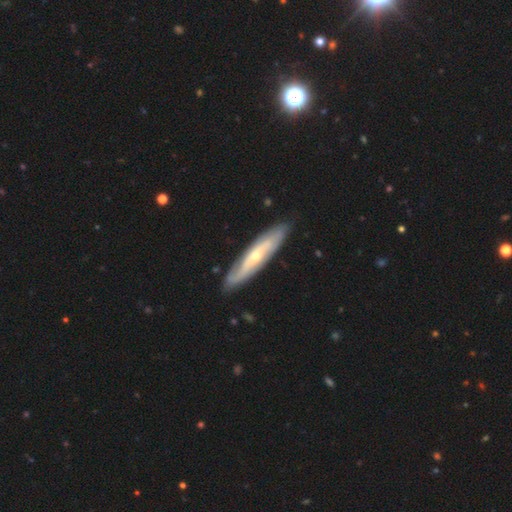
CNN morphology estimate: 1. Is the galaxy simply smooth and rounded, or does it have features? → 69% featured or disk, 26% smooth, 5% star or artifact.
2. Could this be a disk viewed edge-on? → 56% no, 44% yes.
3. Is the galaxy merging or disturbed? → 85% none, 12% minor disturbance, 2% major disturbance, 1% merger.